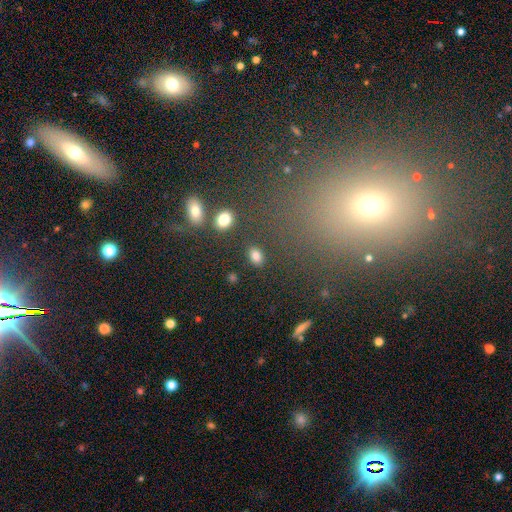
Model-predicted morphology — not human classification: smooth 83%, star or artifact 11%, featured or disk 6%. Down the decision tree: how rounded — in between (78%); merging — none (84%).